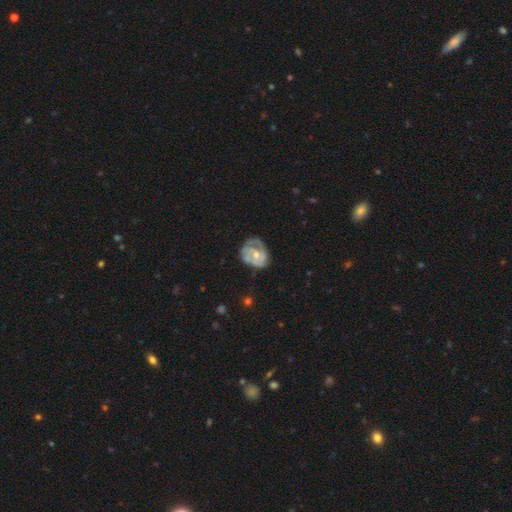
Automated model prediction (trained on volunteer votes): Q: Smooth or featured?
A: featured or disk (73%); runner-up: smooth (21%)
Q: Edge-on disk?
A: no (98%); runner-up: yes (2%)
Q: Bar?
A: no (63%); runner-up: weak (32%)
Q: Spiral arms?
A: yes (85%); runner-up: no (15%)
Q: Spiral winding?
A: tight (50%); runner-up: medium (37%)
Q: Spiral arm count?
A: 2 (38%); runner-up: can't tell (28%)
Q: Bulge size?
A: moderate (49%); runner-up: small (44%)
Q: Merging?
A: none (54%); runner-up: minor disturbance (28%)